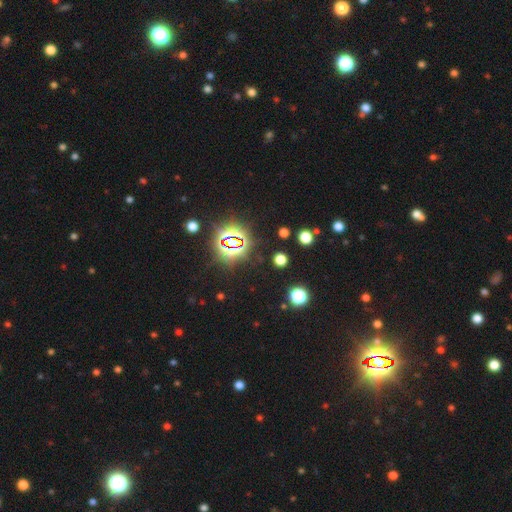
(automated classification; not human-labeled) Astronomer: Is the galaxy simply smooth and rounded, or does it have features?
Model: star or artifact — 83%.